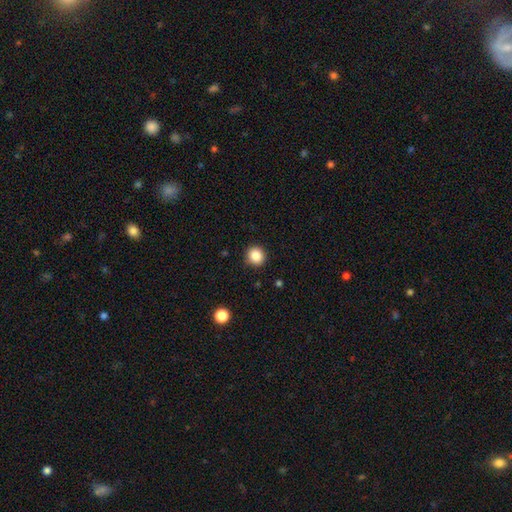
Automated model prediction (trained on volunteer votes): Smooth or featured: smooth — 86% (star or artifact — 10%)
How rounded: round — 90% (in between — 9%)
Merging: none — 90% (minor disturbance — 7%)